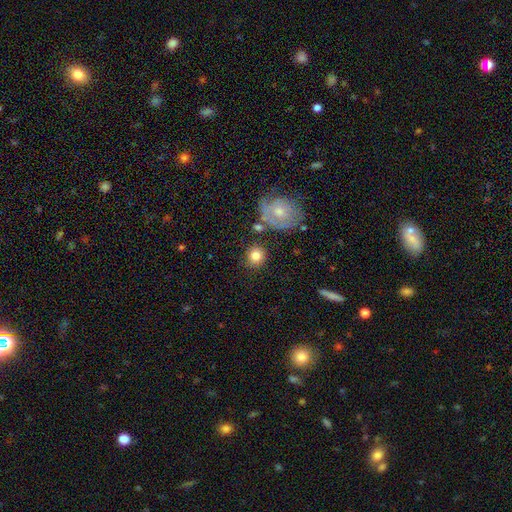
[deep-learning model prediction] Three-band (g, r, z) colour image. It shows a smooth galaxy with no disk features (80%) that is round (90%). Merging: none (79%).